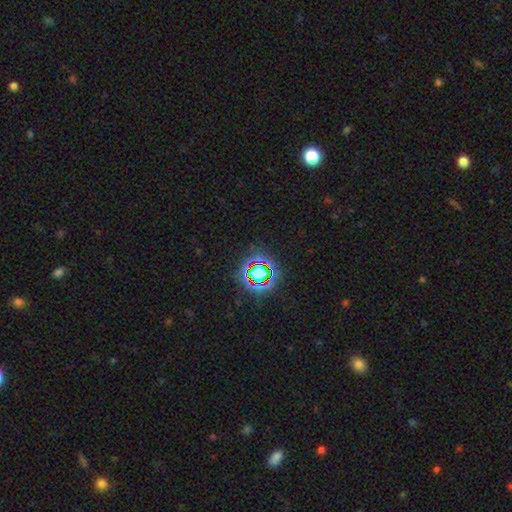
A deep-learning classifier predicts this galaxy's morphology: smooth_or_featured: star or artifact (p=0.75) [alt: smooth p=0.15]